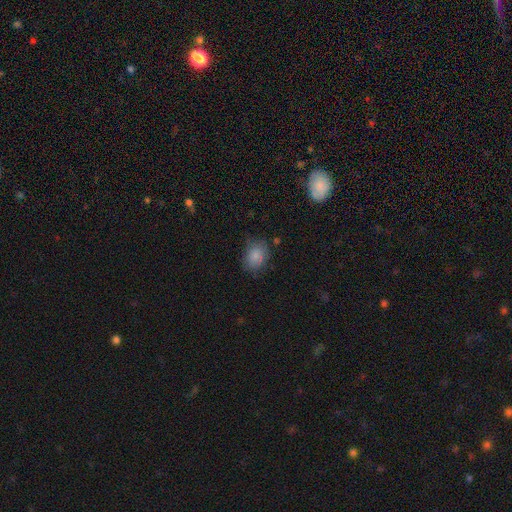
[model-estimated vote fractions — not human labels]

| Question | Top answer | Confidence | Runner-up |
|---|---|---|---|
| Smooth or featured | smooth | 83% | star or artifact (9%) |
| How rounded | in between | 65% | round (34%) |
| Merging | none | 68% | minor disturbance (23%) |